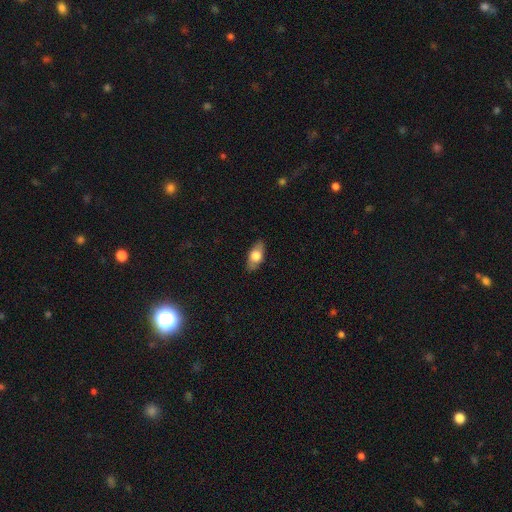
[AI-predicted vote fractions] Smooth or featured? Predicted: smooth (p=0.68). How rounded? Predicted: in between (p=0.86). Merging? Predicted: none (p=0.86).